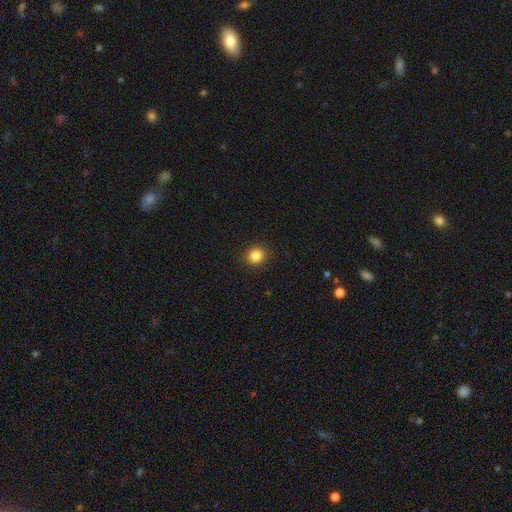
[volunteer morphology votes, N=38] smooth_or_featured: smooth (p=0.82) [alt: featured or disk p=0.11]
how_rounded: round (p=0.77) [alt: in between p=0.23]
merging: none (p=1.00)